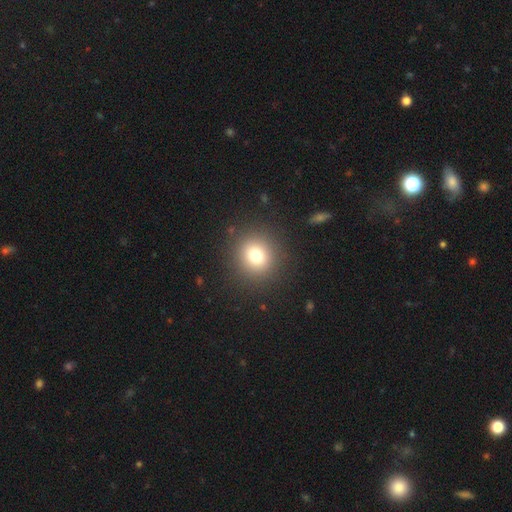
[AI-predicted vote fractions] Morphology: type=smooth (77%); roundness=round (91%); merging=none (89%).